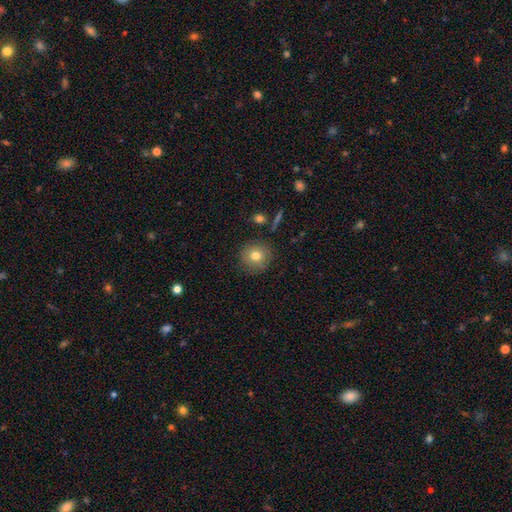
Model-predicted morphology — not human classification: The model was most divided on "smooth or featured": smooth: 76%, featured or disk: 13%, star or artifact: 11%. More confident: how rounded — round (92%); merging — none (86%).